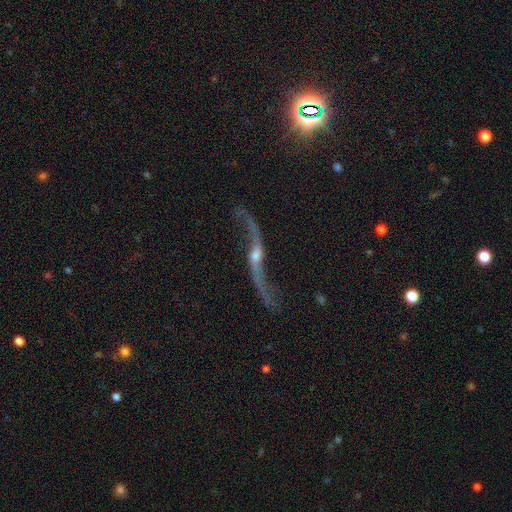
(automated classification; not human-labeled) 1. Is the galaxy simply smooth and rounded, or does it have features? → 91% featured or disk, 5% star or artifact, 4% smooth.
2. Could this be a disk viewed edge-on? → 79% no, 21% yes.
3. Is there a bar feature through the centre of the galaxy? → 48% no, 31% weak, 21% strong.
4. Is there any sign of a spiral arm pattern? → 96% yes, 4% no.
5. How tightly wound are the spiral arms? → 96% loose, 3% medium, 2% tight.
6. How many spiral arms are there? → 94% 2, 2% 1, 1% can't tell, 1% 3, 1% 4, 1% more than 4.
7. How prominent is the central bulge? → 48% small, 43% moderate, 4% none, 4% large, 2% dominant.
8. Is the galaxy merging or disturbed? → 70% none, 15% minor disturbance, 11% major disturbance, 4% merger.